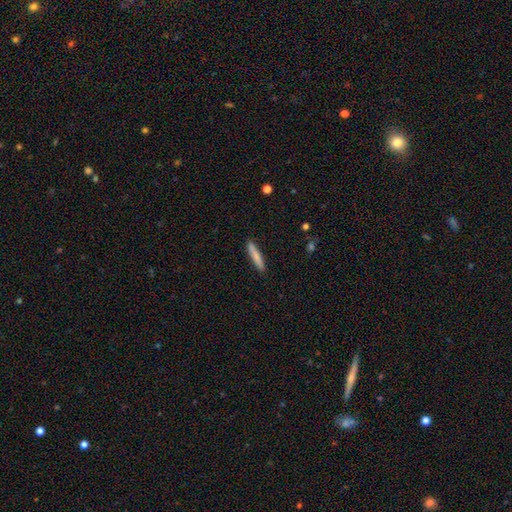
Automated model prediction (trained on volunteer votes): This appears to be a smooth galaxy with no disk features (79%) that is cigar-shaped (93%). Merging: none (91%).